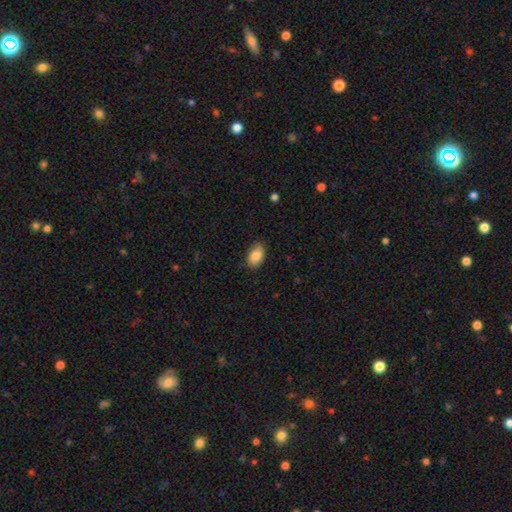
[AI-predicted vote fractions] smooth-or-featured: smooth: 86% | star or artifact: 7% | featured or disk: 7%
  how-rounded: in between: 89% | round: 9% | cigar-shaped: 2%
  merging: none: 82% | minor disturbance: 14% | major disturbance: 3% | merger: 1%